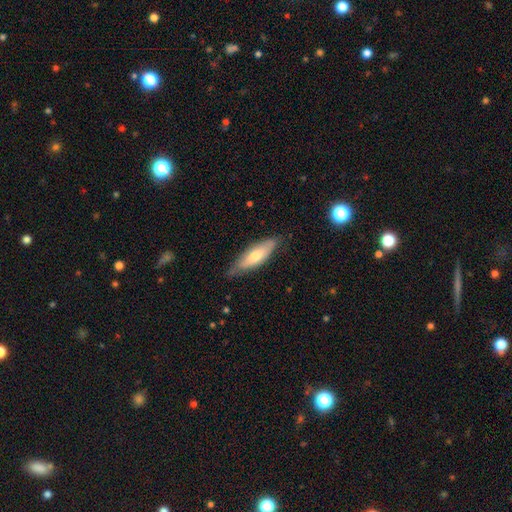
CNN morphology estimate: smooth_or_featured: smooth (p=0.60) [alt: featured or disk p=0.34]
how_rounded: cigar-shaped (p=0.50) [alt: in between p=0.48]
merging: none (p=0.76) [alt: minor disturbance p=0.20]